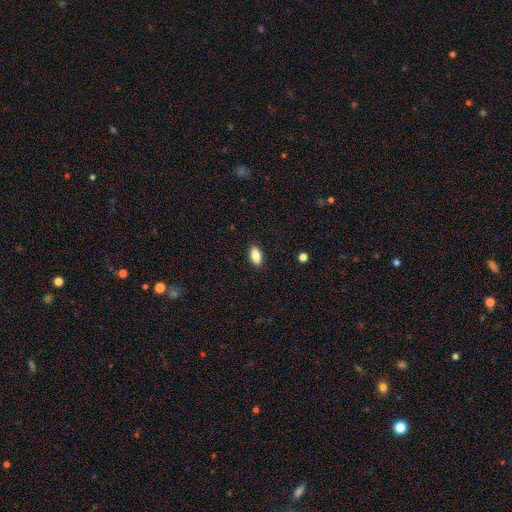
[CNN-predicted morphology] Q: Smooth or featured?
A: smooth (86%); runner-up: star or artifact (7%)
Q: How rounded?
A: in between (91%); runner-up: cigar-shaped (6%)
Q: Merging?
A: none (89%); runner-up: minor disturbance (8%)